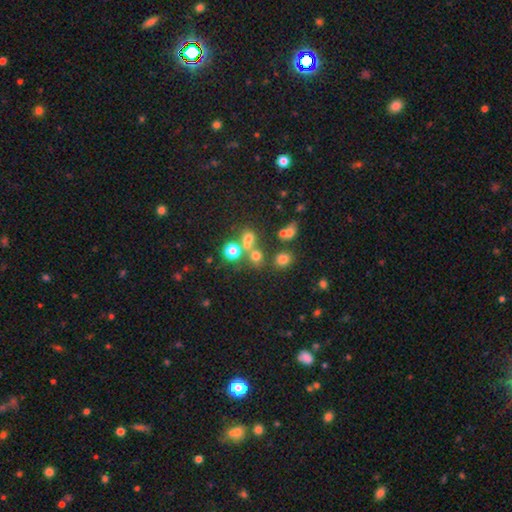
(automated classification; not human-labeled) Smooth or featured? smooth (64%)
How rounded? round (80%)
Merging? none (55%)